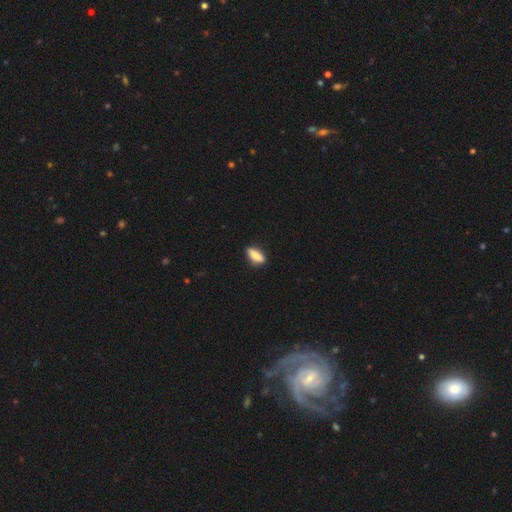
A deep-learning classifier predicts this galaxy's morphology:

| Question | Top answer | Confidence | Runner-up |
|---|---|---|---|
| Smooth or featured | smooth | 78% | featured or disk (15%) |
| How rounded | in between | 60% | cigar-shaped (37%) |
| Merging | none | 86% | minor disturbance (10%) |